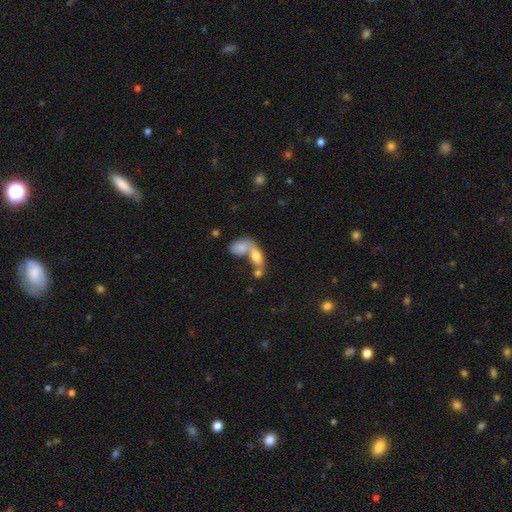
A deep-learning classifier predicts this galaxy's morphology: A smooth galaxy with no disk features (68%) that is in between round and cigar-shaped (78%).

Vote fractions:
- Smooth or featured? smooth: 68% / featured or disk: 23% / star or artifact: 9%
- How rounded? in between: 78% / round: 11% / cigar-shaped: 10%
- Merging? merger: 69% / none: 18% / major disturbance: 7% / minor disturbance: 7%